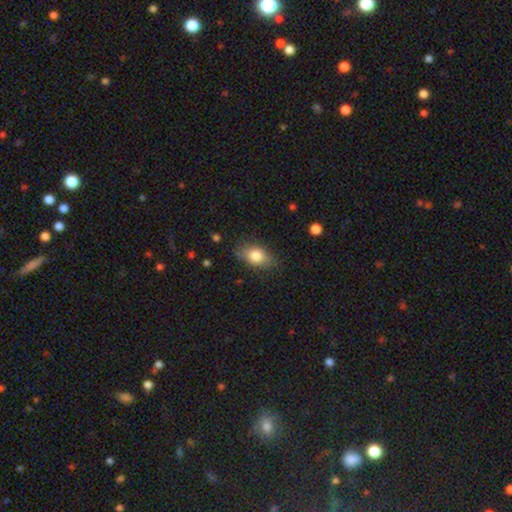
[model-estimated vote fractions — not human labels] This is likely a smooth galaxy (80%). How rounded: clearly in between (83%). Merging: likely none (78%).